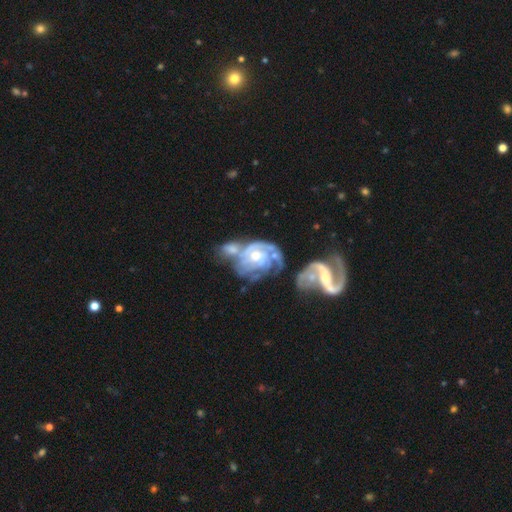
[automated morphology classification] Q: Smooth or featured?
A: featured or disk (84%); runner-up: smooth (10%)
Q: Edge-on disk?
A: no (97%); runner-up: yes (3%)
Q: Bar?
A: no (68%); runner-up: weak (25%)
Q: Spiral arms?
A: yes (89%); runner-up: no (11%)
Q: Spiral winding?
A: tight (59%); runner-up: medium (29%)
Q: Spiral arm count?
A: can't tell (36%); runner-up: 2 (24%)
Q: Bulge size?
A: moderate (62%); runner-up: small (25%)
Q: Merging?
A: merger (51%); runner-up: none (20%)